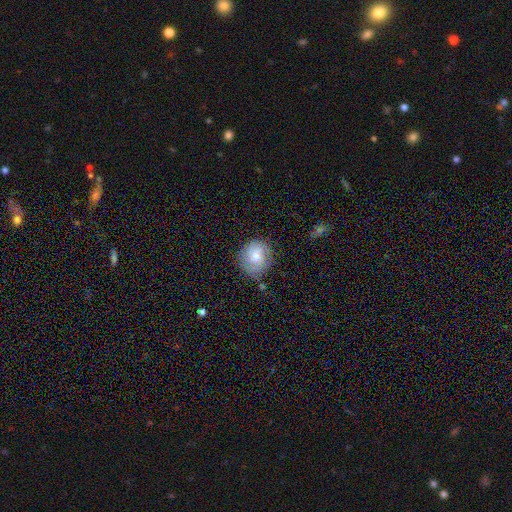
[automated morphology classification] smooth-or-featured: smooth: 53% | featured or disk: 40% | star or artifact: 8%
  how-rounded: round: 82% | in between: 17% | cigar-shaped: 1%
  merging: none: 72% | minor disturbance: 20% | major disturbance: 6% | merger: 3%